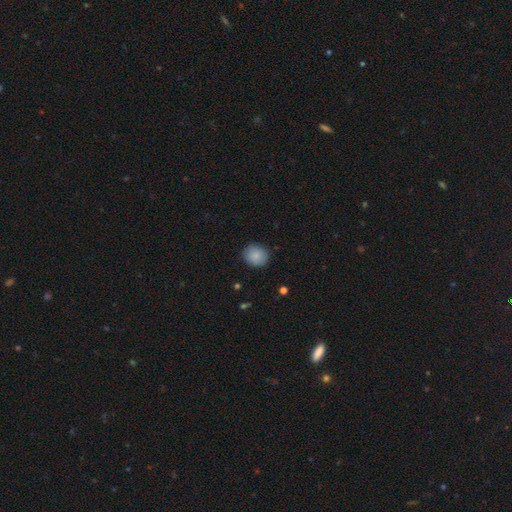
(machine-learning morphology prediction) The model was most divided on "how rounded": round: 81%, in between: 18%, cigar-shaped: 1%. More confident: merging — none (87%); smooth or featured — smooth (87%).